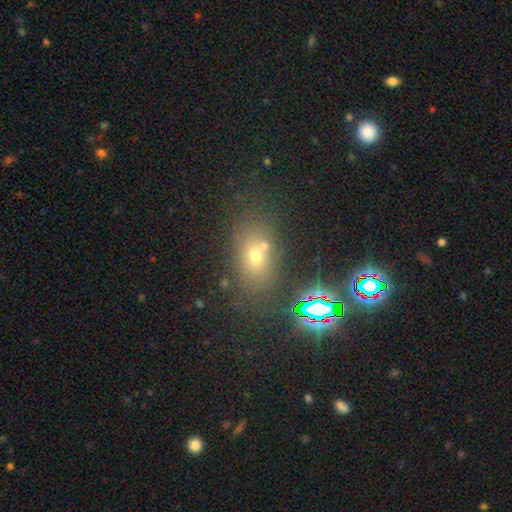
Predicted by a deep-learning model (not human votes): Q: Smooth or featured?
A: smooth (51%); runner-up: star or artifact (33%)
Q: How rounded?
A: in between (69%); runner-up: round (26%)
Q: Merging?
A: none (67%); runner-up: merger (16%)